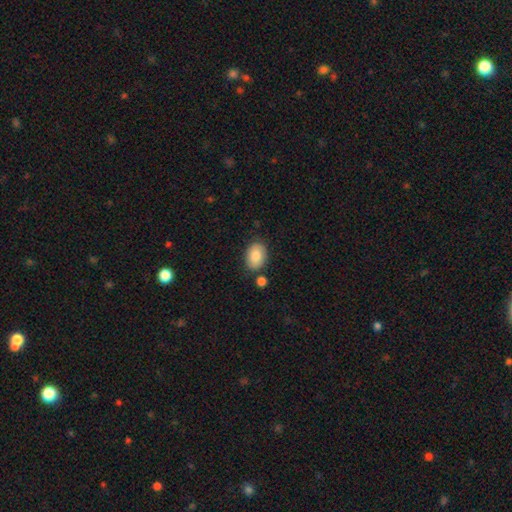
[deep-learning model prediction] A smooth galaxy with no disk features (83%) that is in between round and cigar-shaped (78%).

Vote fractions:
- Smooth or featured? smooth: 83% / featured or disk: 10% / star or artifact: 7%
- How rounded? in between: 78% / round: 21% / cigar-shaped: 1%
- Merging? none: 79% / minor disturbance: 13% / merger: 6% / major disturbance: 3%